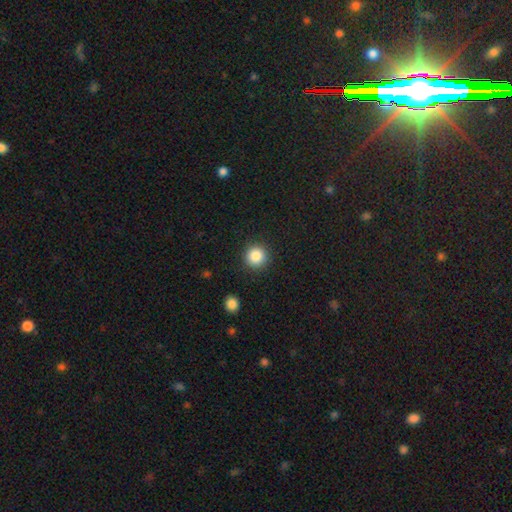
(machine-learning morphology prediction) Smooth or featured? smooth (86%)
How rounded? round (95%)
Merging? none (91%)